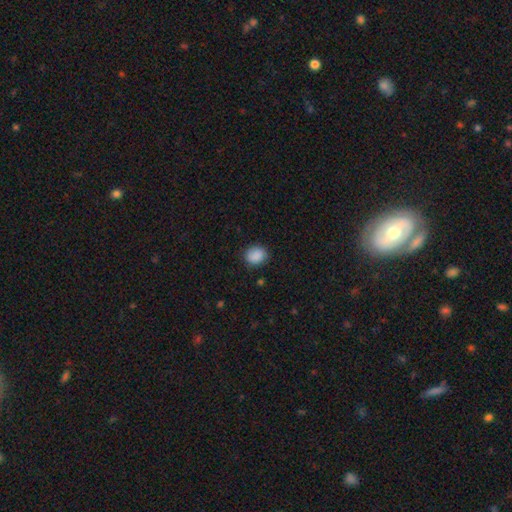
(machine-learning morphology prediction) A smooth galaxy with no disk features (88%) that is round (63%).

Vote fractions:
- Smooth or featured? smooth: 88% / star or artifact: 8% / featured or disk: 4%
- How rounded? round: 63% / in between: 36% / cigar-shaped: 1%
- Merging? none: 84% / minor disturbance: 12% / major disturbance: 3% / merger: 1%